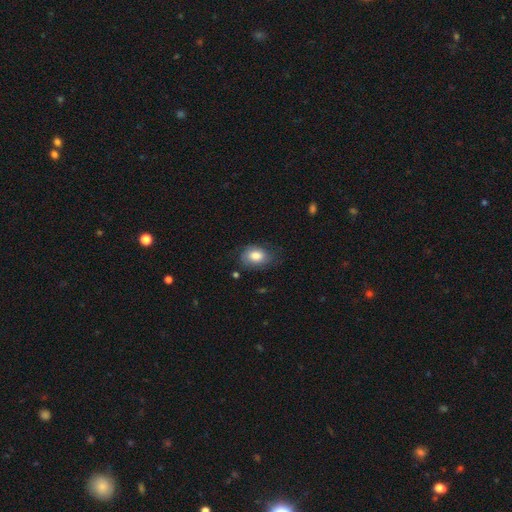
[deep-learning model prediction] This appears to be a smooth galaxy with no disk features (80%) that is in between round and cigar-shaped (75%). Merging: none (63%).